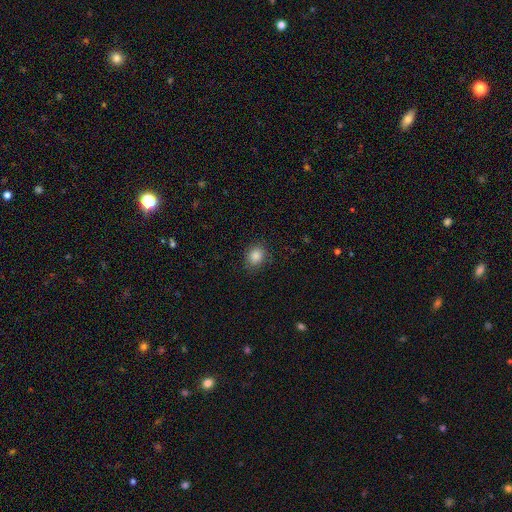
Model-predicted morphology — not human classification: type=smooth (86%); roundness=round (59%); merging=none (85%).